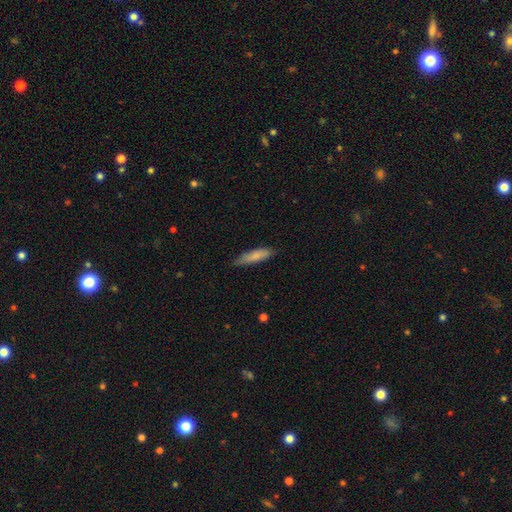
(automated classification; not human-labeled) Smooth or featured? smooth (80%)
How rounded? cigar-shaped (72%)
Merging? none (78%)